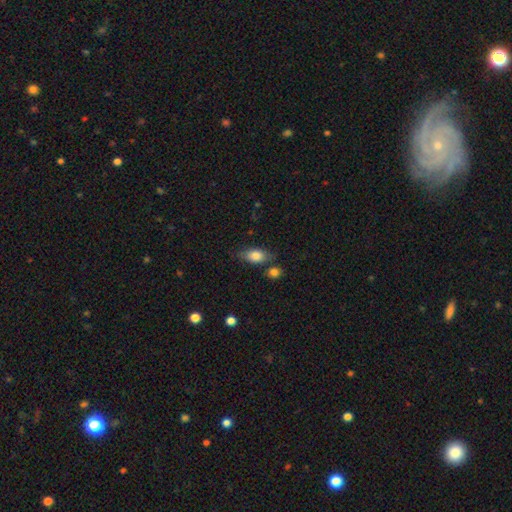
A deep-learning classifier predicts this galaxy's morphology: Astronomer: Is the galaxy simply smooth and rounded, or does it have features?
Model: smooth — 81%.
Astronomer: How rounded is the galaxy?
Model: in between — 85%.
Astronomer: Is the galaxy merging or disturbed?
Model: none — 68%.